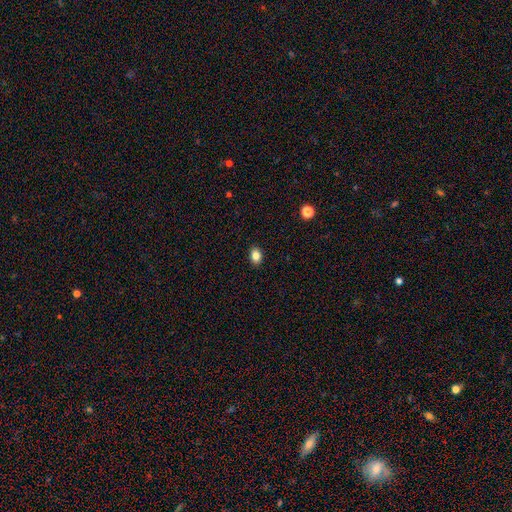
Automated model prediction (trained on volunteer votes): Morphology: type=smooth (84%); roundness=in between (69%); merging=none (90%).